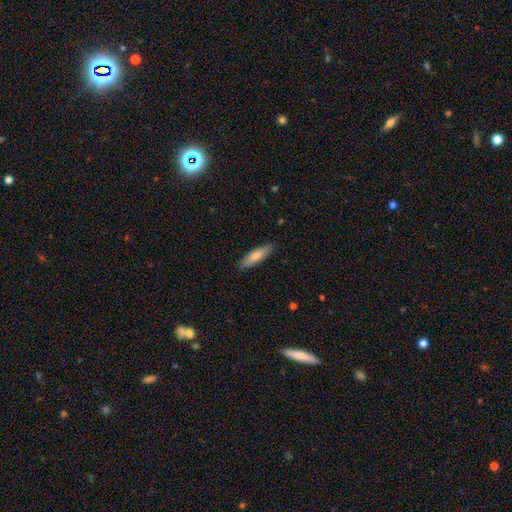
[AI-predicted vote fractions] smooth 71%, featured or disk 23%, star or artifact 6%. Down the decision tree: how rounded — cigar-shaped (63%); merging — none (88%).